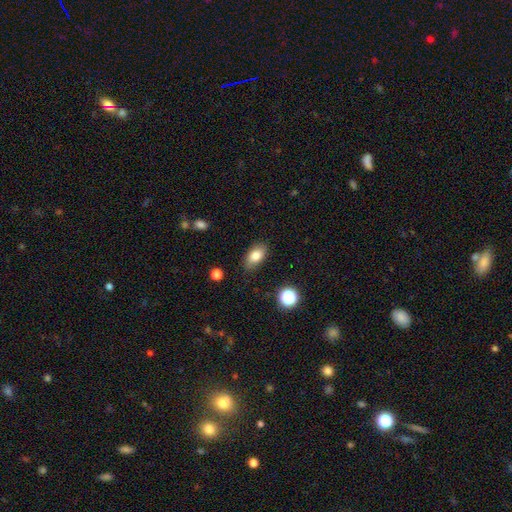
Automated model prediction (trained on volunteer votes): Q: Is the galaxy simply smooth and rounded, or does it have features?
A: smooth — 81%.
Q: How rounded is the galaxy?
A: in between — 89%.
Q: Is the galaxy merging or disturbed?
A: none — 83%.